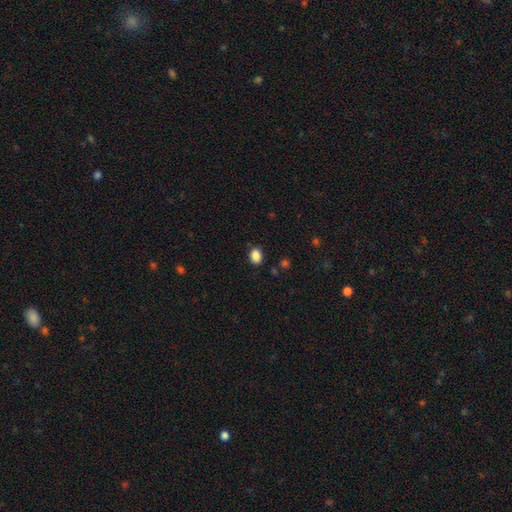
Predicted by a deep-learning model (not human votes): A smooth galaxy with no disk features (87%) that is in between round and cigar-shaped (70%). Merging: none (85%).